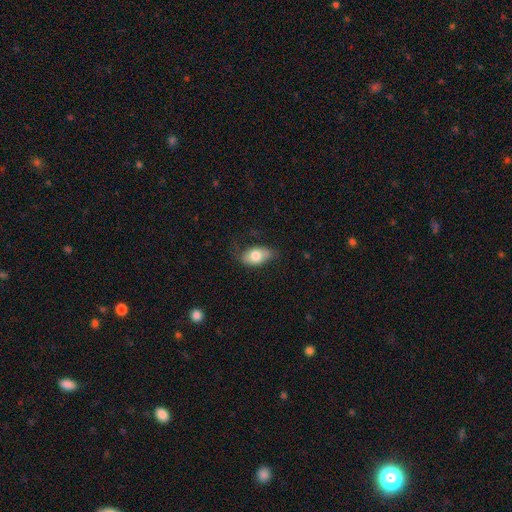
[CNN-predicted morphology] type=smooth (74%); roundness=in between (90%); merging=none (59%).